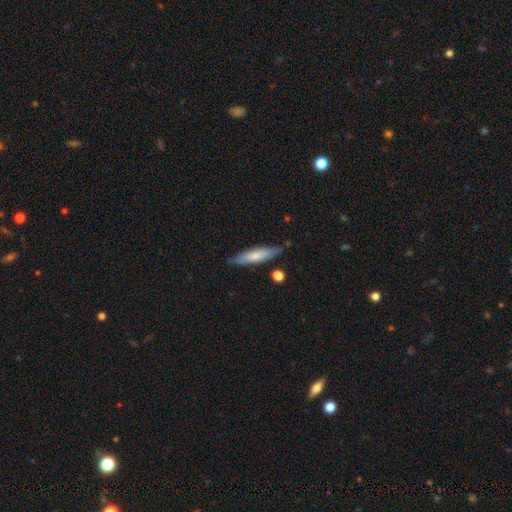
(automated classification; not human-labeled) Q: Smooth or featured?
A: smooth (66%); runner-up: featured or disk (28%)
Q: How rounded?
A: cigar-shaped (74%); runner-up: in between (24%)
Q: Merging?
A: none (79%); runner-up: minor disturbance (15%)